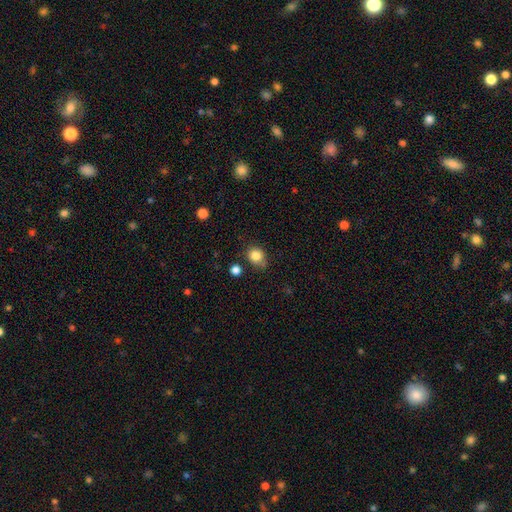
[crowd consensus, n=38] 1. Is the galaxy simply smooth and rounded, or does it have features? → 89% smooth, 5% featured or disk, 5% star or artifact.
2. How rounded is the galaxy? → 53% round, 44% in between, 3% cigar-shaped.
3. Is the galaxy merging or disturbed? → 64% none, 31% minor disturbance, 6% merger, 0% major disturbance.